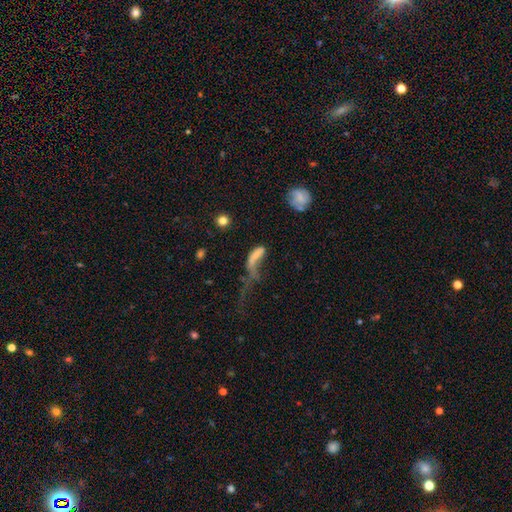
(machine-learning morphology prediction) The model was most divided on "how rounded": in between: 56%, cigar-shaped: 36%, round: 8%. More confident: merging — major disturbance (60%); smooth or featured — smooth (54%).